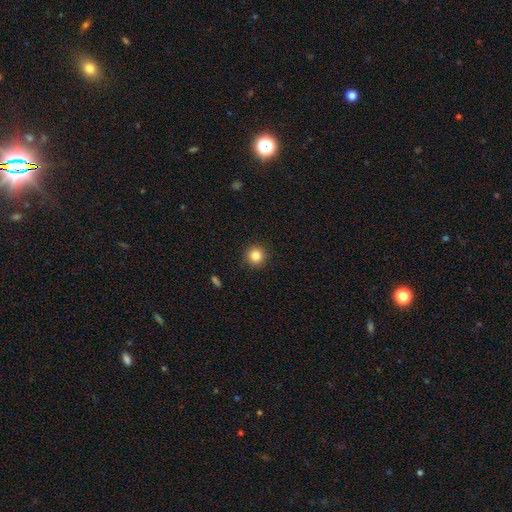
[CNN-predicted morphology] Smooth or featured: smooth — 83% (star or artifact — 11%)
How rounded: round — 95% (in between — 4%)
Merging: none — 92% (minor disturbance — 5%)